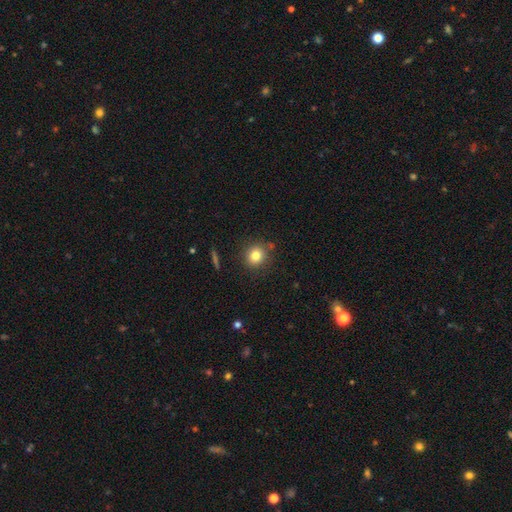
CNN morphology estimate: Q: Smooth or featured?
A: smooth (81%); runner-up: star or artifact (12%)
Q: How rounded?
A: round (88%); runner-up: in between (11%)
Q: Merging?
A: none (85%); runner-up: minor disturbance (9%)